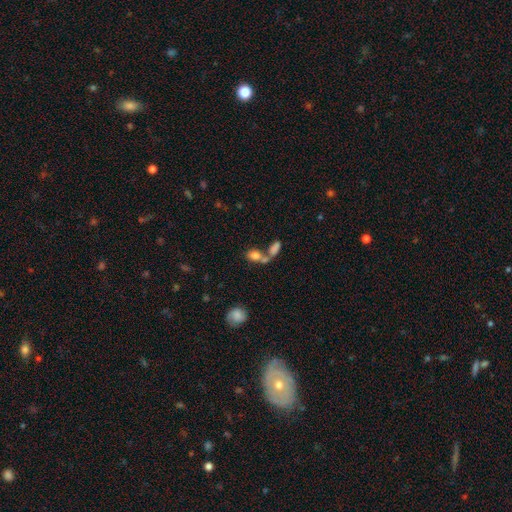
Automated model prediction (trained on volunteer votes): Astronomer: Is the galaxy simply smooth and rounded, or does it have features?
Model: smooth — 78%.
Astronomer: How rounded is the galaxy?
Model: in between — 78%.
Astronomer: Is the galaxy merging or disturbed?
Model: merger — 52% (runner-up: none, 33%).